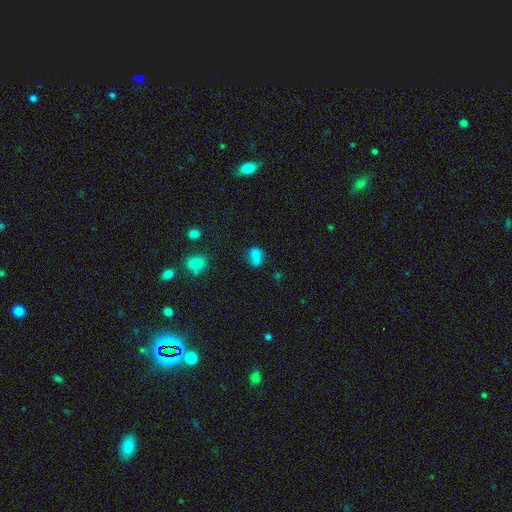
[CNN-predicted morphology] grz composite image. It shows a smooth galaxy with no disk features (76%) that is in between round and cigar-shaped (69%). Merging: none (47%).